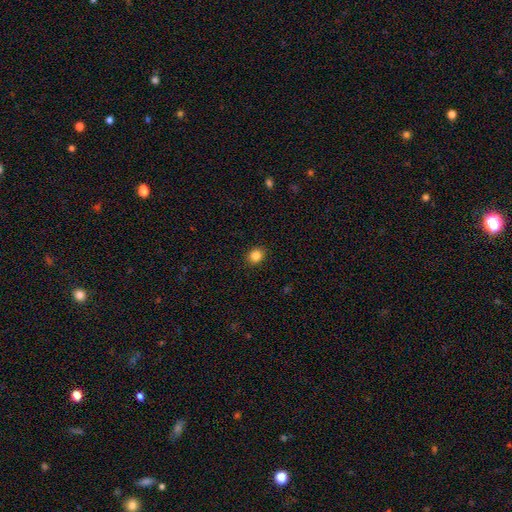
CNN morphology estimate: Smooth or featured? Predicted: smooth (p=0.85). How rounded? Predicted: round (p=0.69). Merging? Predicted: none (p=0.91).